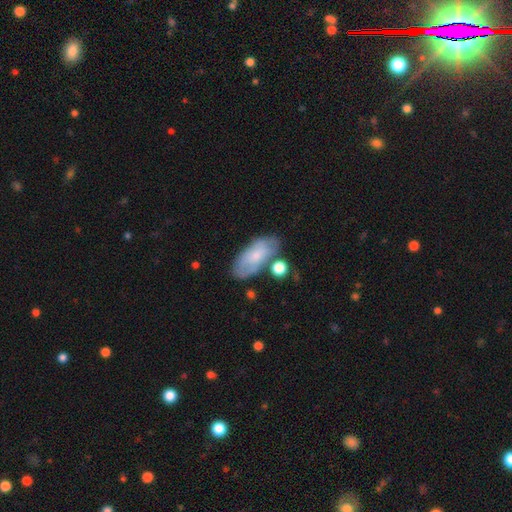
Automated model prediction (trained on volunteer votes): Smooth or featured? Predicted: smooth (p=0.63). How rounded? Predicted: in between (p=0.90). Merging? Predicted: none (p=0.62).